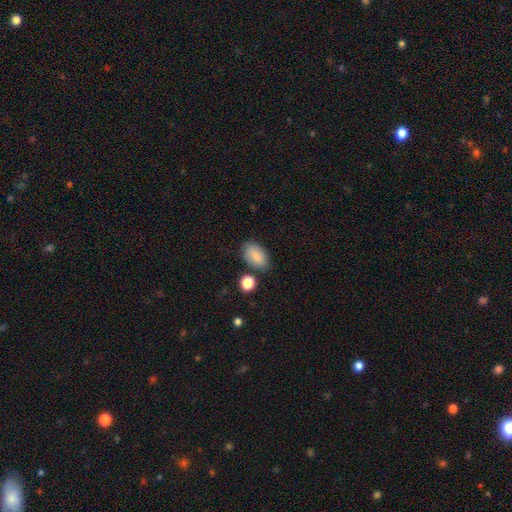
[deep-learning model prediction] Smooth or featured?
  - smooth: 81% *
  - featured or disk: 11%
  - star or artifact: 8%
How rounded?
  - in between: 91% *
  - round: 8%
  - cigar-shaped: 2%
Merging?
  - none: 71% *
  - minor disturbance: 19%
  - merger: 6%
  - major disturbance: 4%